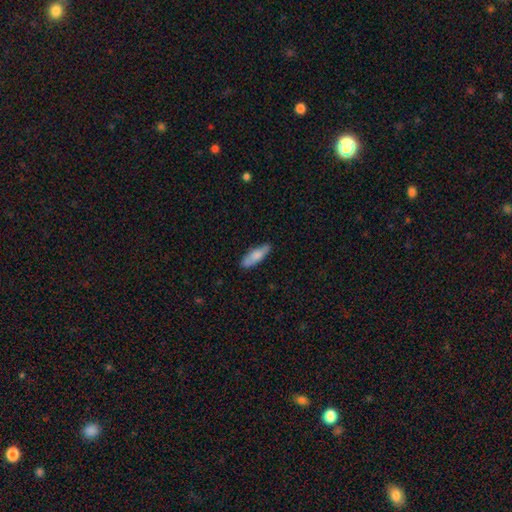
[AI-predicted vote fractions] A smooth galaxy with no disk features (77%) that is cigar-shaped (51%).

Vote fractions:
- Smooth or featured? smooth: 77% / featured or disk: 17% / star or artifact: 6%
- How rounded? cigar-shaped: 51% / in between: 47% / round: 2%
- Merging? none: 81% / minor disturbance: 15% / major disturbance: 2% / merger: 1%